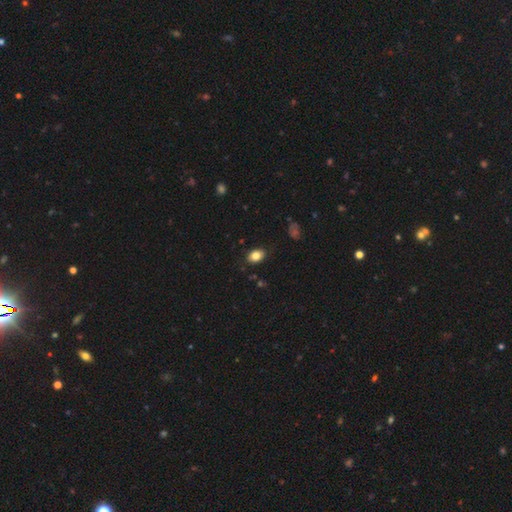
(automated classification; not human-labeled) Smooth or featured? Predicted: smooth (p=0.83). How rounded? Predicted: in between (p=0.79). Merging? Predicted: none (p=0.85).